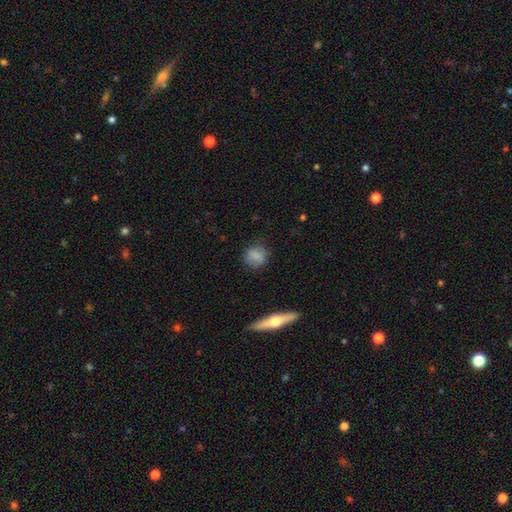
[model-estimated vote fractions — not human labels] A smooth galaxy with no disk features (82%) that is round (78%). Merging: none (81%).